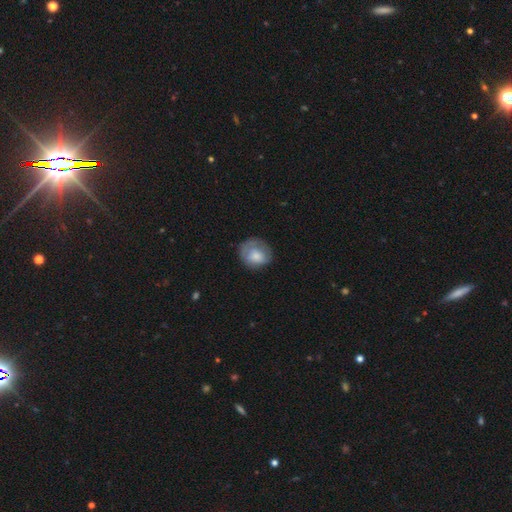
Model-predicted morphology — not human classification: A smooth galaxy with no disk features (70%) that is round (70%). Merging: none (59%).